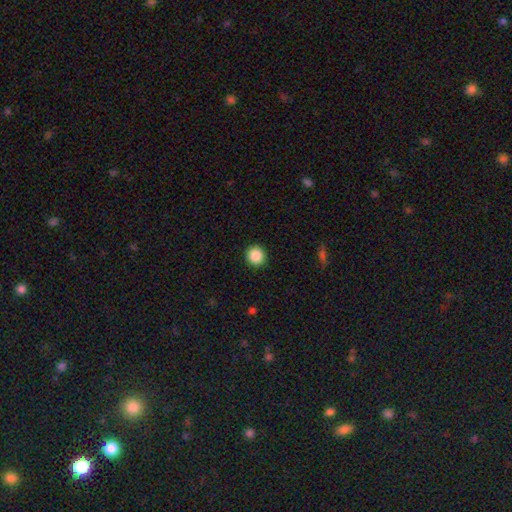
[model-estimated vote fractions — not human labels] smooth-or-featured: smooth: 87% | star or artifact: 9% | featured or disk: 4%
  how-rounded: round: 93% | in between: 6% | cigar-shaped: 1%
  merging: none: 92% | minor disturbance: 5% | major disturbance: 2% | merger: 1%